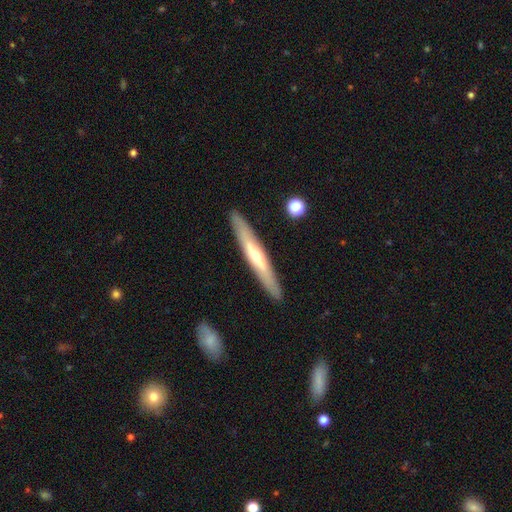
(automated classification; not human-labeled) Smooth or featured: featured or disk — 60% (smooth — 34%)
Edge-on disk: yes — 88% (no — 12%)
Edge-on bulge: rounded — 73% (none — 24%)
Merging: none — 90% (minor disturbance — 7%)